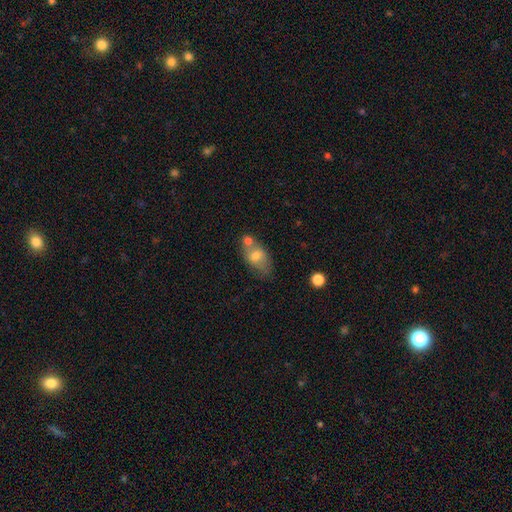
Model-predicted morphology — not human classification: Smooth or featured? smooth (68%)
How rounded? in between (87%)
Merging? none (45%)